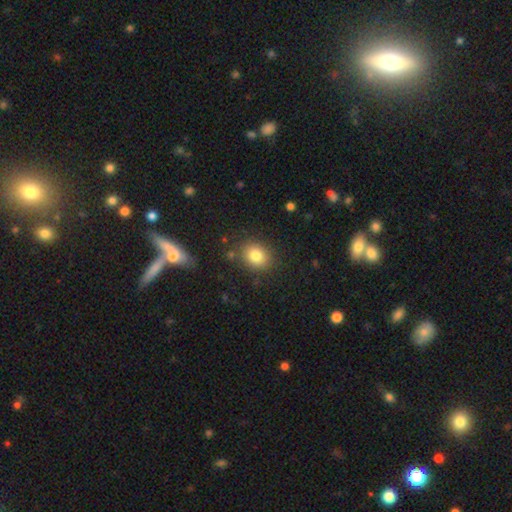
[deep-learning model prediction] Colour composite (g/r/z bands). It shows a smooth galaxy with no disk features (81%) that is round (54%). Merging: none (84%).